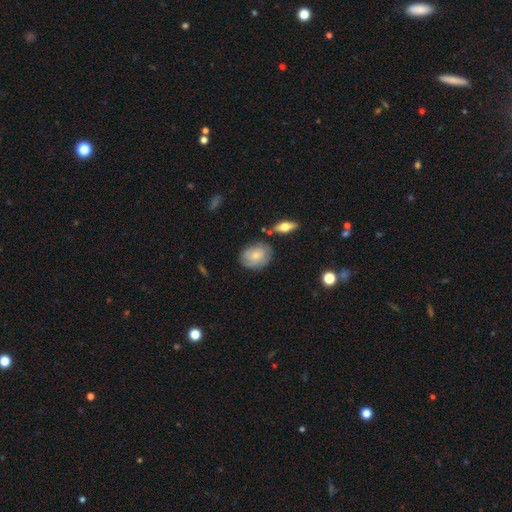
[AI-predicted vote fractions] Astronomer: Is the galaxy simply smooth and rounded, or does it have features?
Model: smooth — 56% (runner-up: featured or disk, 37%).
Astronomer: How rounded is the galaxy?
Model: in between — 64%.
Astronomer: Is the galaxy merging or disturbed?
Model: none — 72%.